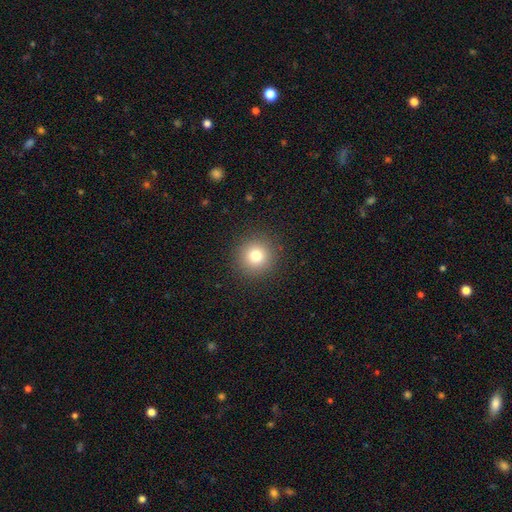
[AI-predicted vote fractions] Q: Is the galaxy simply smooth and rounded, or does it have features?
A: smooth — 79%.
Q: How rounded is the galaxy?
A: round — 95%.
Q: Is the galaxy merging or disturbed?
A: none — 91%.